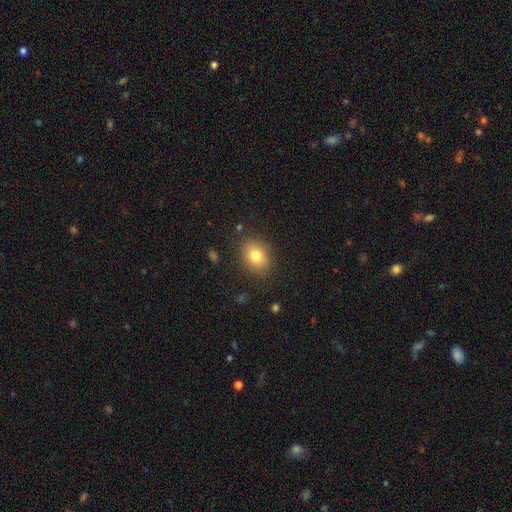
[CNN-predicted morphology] Smooth or featured: smooth — 81% (star or artifact — 10%)
How rounded: in between — 54% (round — 45%)
Merging: none — 85% (minor disturbance — 10%)